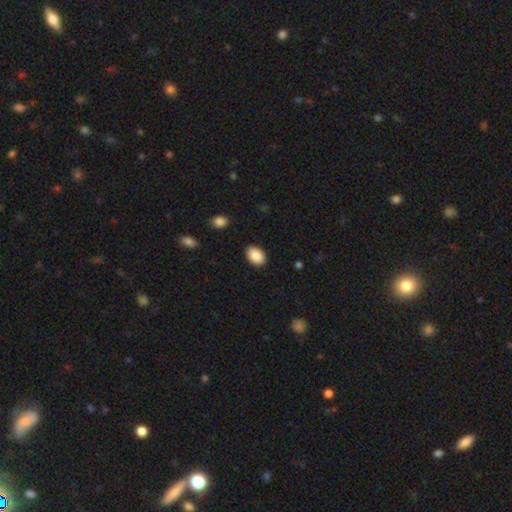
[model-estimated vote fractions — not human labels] A smooth galaxy with no disk features (90%) that is in between round and cigar-shaped (83%). Merging: none (89%).